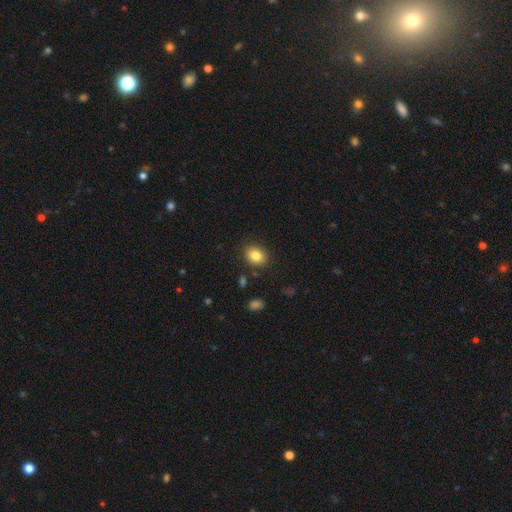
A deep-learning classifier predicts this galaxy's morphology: Smooth or featured? Predicted: smooth (p=0.83). How rounded? Predicted: in between (p=0.58). Merging? Predicted: none (p=0.86).